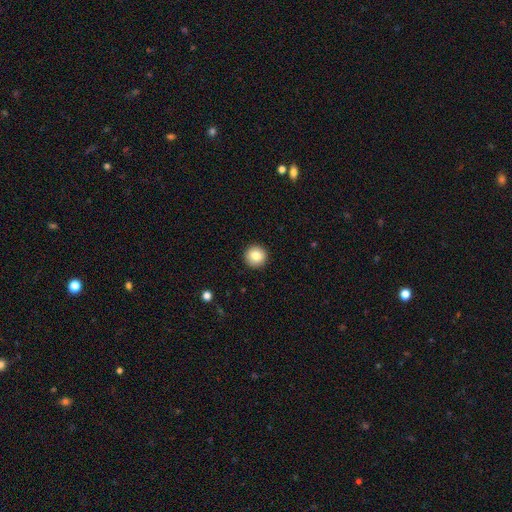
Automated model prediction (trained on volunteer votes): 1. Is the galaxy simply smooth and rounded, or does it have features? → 82% smooth, 9% star or artifact, 9% featured or disk.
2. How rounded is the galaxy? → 96% round, 3% in between, 1% cigar-shaped.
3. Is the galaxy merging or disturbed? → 93% none, 4% minor disturbance, 2% major disturbance, 1% merger.